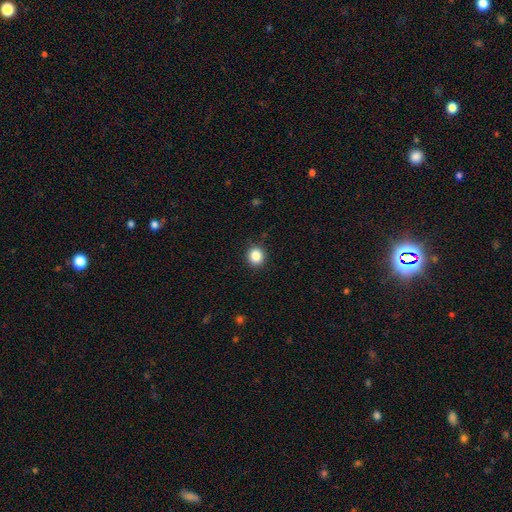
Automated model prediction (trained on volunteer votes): A smooth galaxy with no disk features (86%) that is round (85%).

Vote fractions:
- Smooth or featured? smooth: 86% / star or artifact: 10% / featured or disk: 4%
- How rounded? round: 85% / in between: 14% / cigar-shaped: 1%
- Merging? none: 90% / minor disturbance: 7% / major disturbance: 2% / merger: 1%